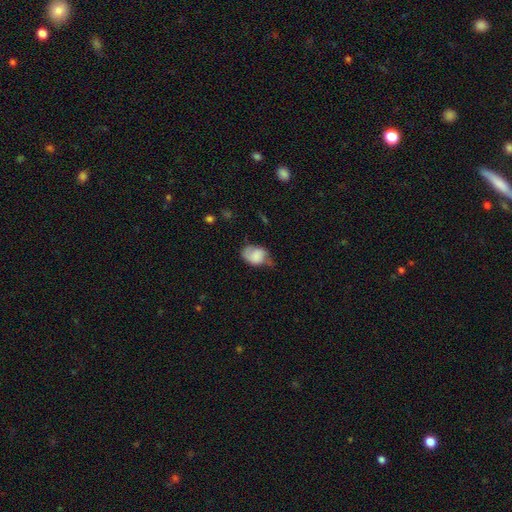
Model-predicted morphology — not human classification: Overall: smooth (70%). How rounded: in between (71%). Merging: minor disturbance (42%; none 36%).